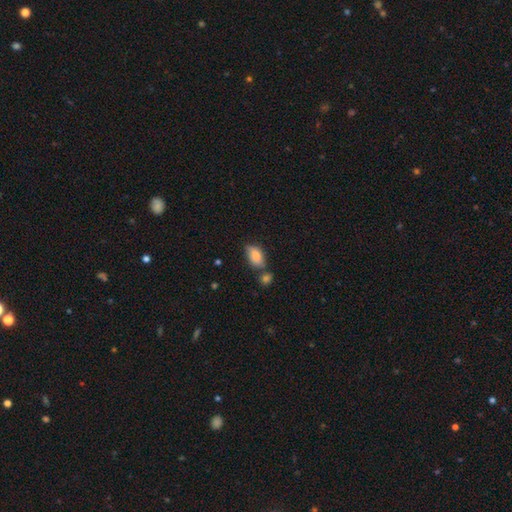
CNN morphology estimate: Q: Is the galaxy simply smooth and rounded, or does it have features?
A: smooth — 81%.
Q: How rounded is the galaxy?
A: in between — 90%.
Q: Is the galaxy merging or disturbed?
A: none — 54%.